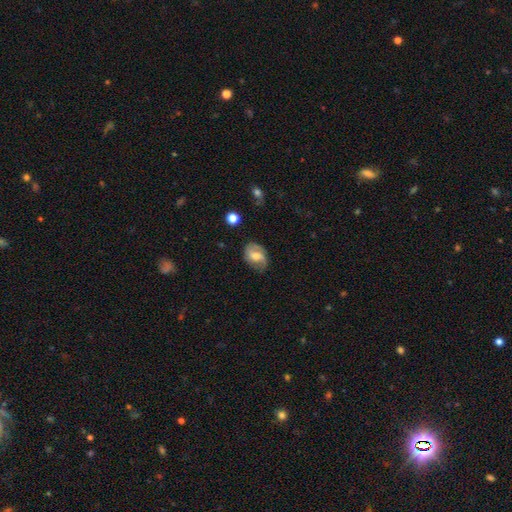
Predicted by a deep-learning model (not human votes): A featured or disk galaxy (53%) with a weak bar (47%), spiral arms (83%) and a moderate central bulge (61%). Merging: none (67%).